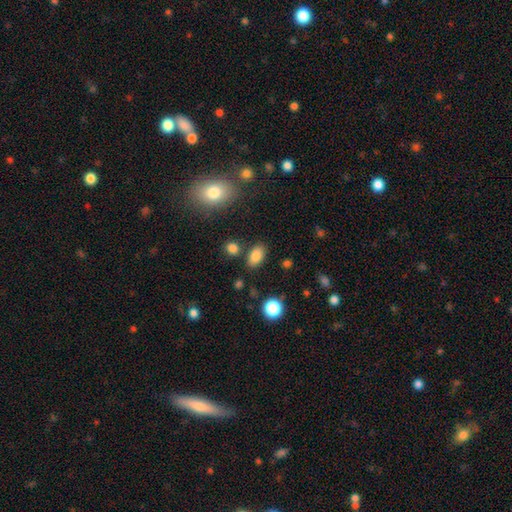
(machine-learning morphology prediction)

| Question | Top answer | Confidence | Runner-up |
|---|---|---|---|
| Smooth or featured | smooth | 84% | star or artifact (10%) |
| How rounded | in between | 90% | round (8%) |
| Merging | none | 81% | minor disturbance (11%) |